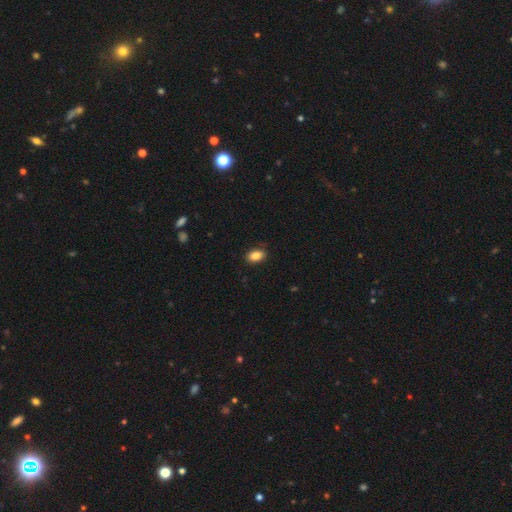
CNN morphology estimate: smooth 86%, star or artifact 9%, featured or disk 5%. Down the decision tree: how rounded — in between (83%); merging — none (87%).